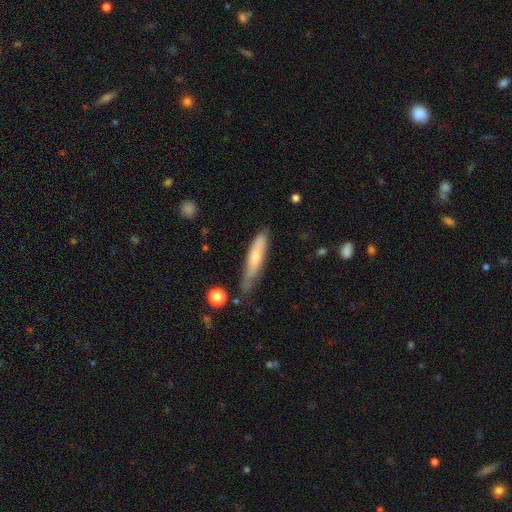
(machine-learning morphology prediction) Smooth or featured? Predicted: smooth (p=0.59). How rounded? Predicted: cigar-shaped (p=0.80). Merging? Predicted: none (p=0.55).